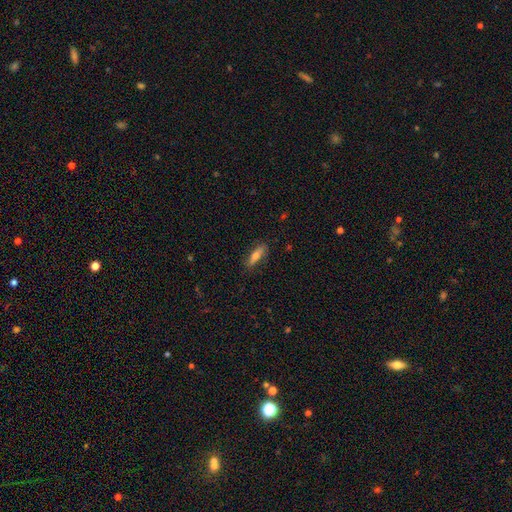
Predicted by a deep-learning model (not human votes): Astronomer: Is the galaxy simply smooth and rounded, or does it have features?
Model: smooth — 65%.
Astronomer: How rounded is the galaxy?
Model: cigar-shaped — 52% (runner-up: in between, 46%).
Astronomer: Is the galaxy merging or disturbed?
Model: none — 82%.